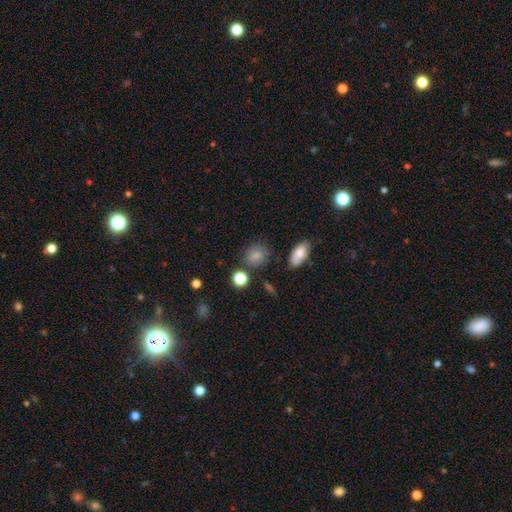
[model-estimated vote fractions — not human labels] smooth_or_featured: smooth (p=0.82) [alt: star or artifact p=0.12]
how_rounded: round (p=0.65) [alt: in between p=0.34]
merging: none (p=0.75) [alt: minor disturbance p=0.15]